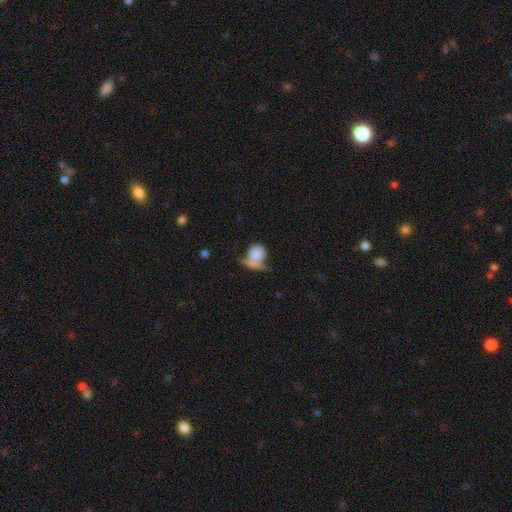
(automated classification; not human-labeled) This appears to be a smooth galaxy with no disk features (73%) that is round (61%). Merging: merger (31%).